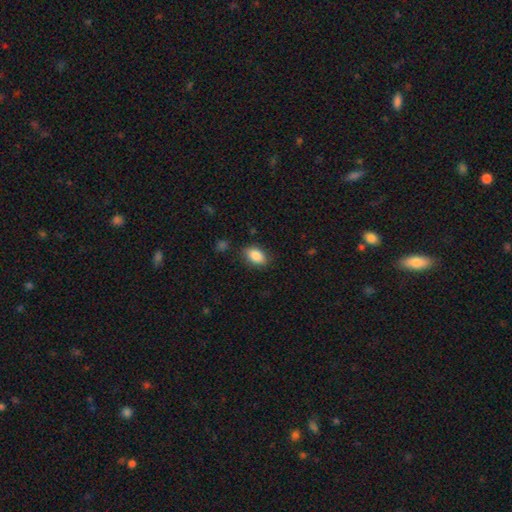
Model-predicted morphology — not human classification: The model was most divided on "merging": none: 83%, minor disturbance: 12%, major disturbance: 3%, merger: 2%. More confident: how rounded — in between (90%); smooth or featured — smooth (87%).